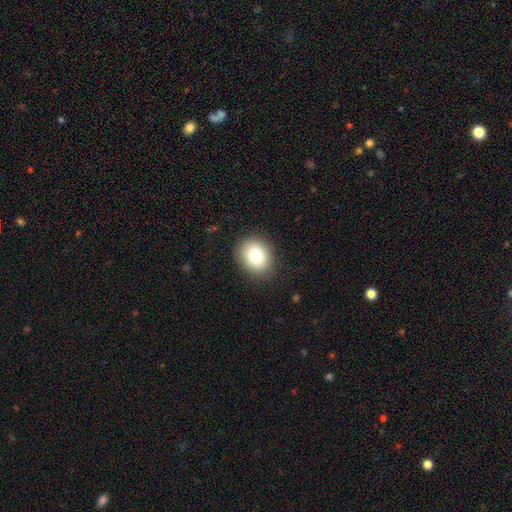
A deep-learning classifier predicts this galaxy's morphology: Q: Smooth or featured?
A: smooth (82%); runner-up: star or artifact (9%)
Q: How rounded?
A: round (60%); runner-up: in between (40%)
Q: Merging?
A: none (88%); runner-up: minor disturbance (9%)